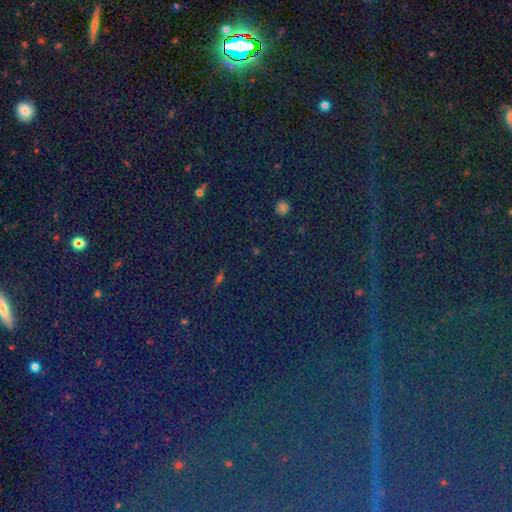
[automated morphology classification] Q: Smooth or featured?
A: star or artifact (82%); runner-up: smooth (10%)